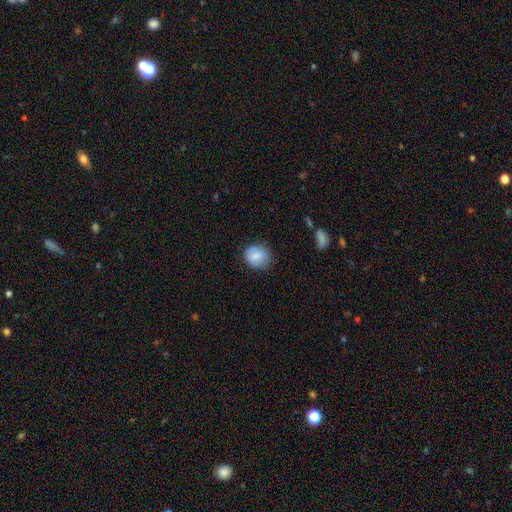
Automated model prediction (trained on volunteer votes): smooth 82%, featured or disk 10%, star or artifact 7%. Down the decision tree: how rounded — round (73%); merging — none (77%).